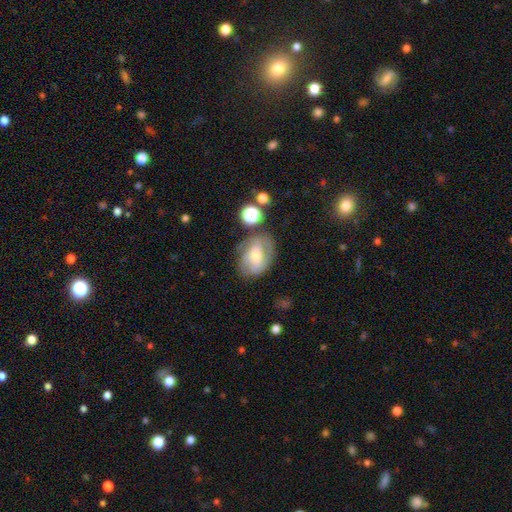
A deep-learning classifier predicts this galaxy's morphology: A featured or disk galaxy (61%) with no bar (41%), spiral arms (79%) and a moderate central bulge (50%).

Vote fractions:
- Smooth or featured? featured or disk: 61% / smooth: 30% / star or artifact: 9%
- Edge-on disk? no: 95% / yes: 5%
- Bar? no: 41% / weak: 37% / strong: 21%
- Spiral arms? yes: 79% / no: 21%
- Bulge size? moderate: 50% / small: 43% / large: 4% / none: 2% / dominant: 1%
- Merging? none: 60% / minor disturbance: 23% / major disturbance: 11% / merger: 6%